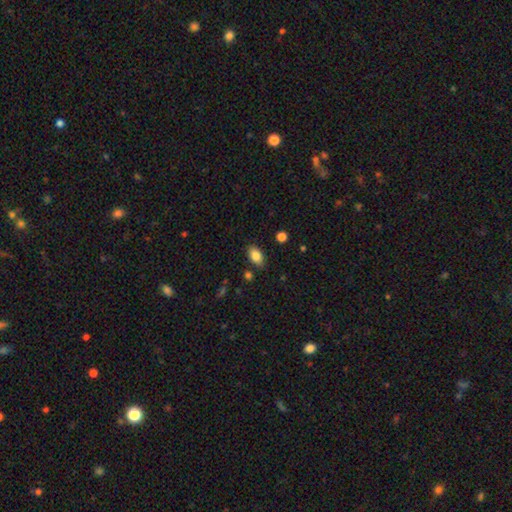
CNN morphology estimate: This is clearly a smooth galaxy (84%). How rounded: clearly in between (90%). Merging: clearly none (83%).